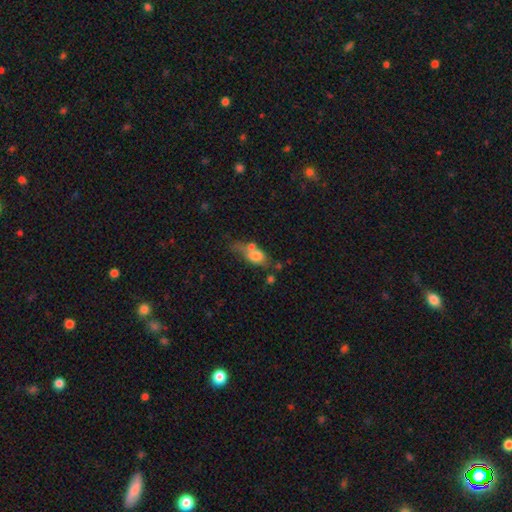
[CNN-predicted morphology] Smooth or featured: smooth — 69% (featured or disk — 22%)
How rounded: in between — 72% (round — 18%)
Merging: merger — 37% (none — 29%)